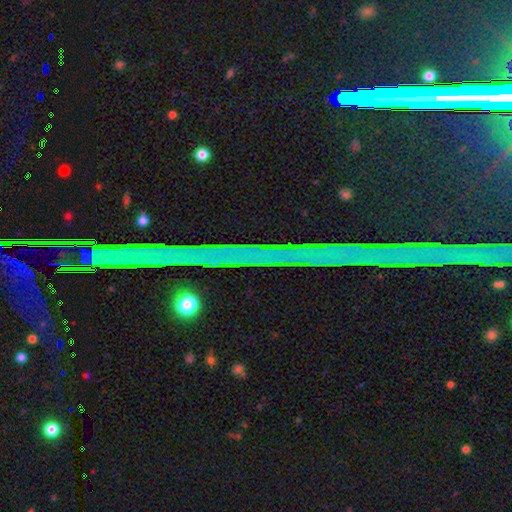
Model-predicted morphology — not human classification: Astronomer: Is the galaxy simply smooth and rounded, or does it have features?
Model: star or artifact — 75%.